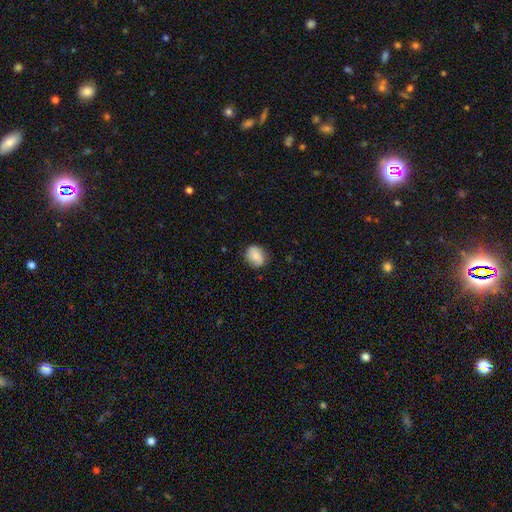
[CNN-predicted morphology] This is likely a smooth galaxy (77%). How rounded: possibly round (50%). Merging: clearly none (80%).